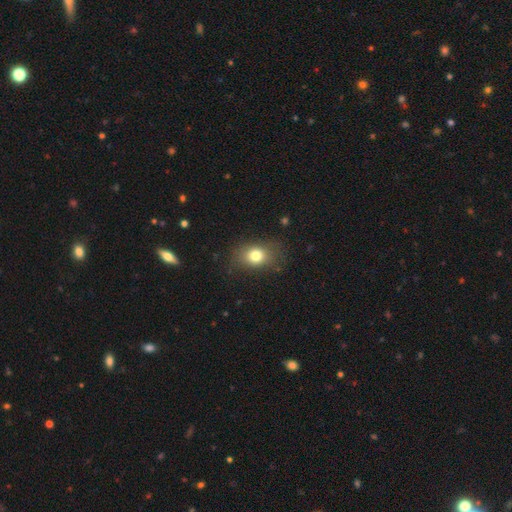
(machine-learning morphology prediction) This appears to be a smooth galaxy with no disk features (78%) that is in between round and cigar-shaped (62%). Merging: none (77%).